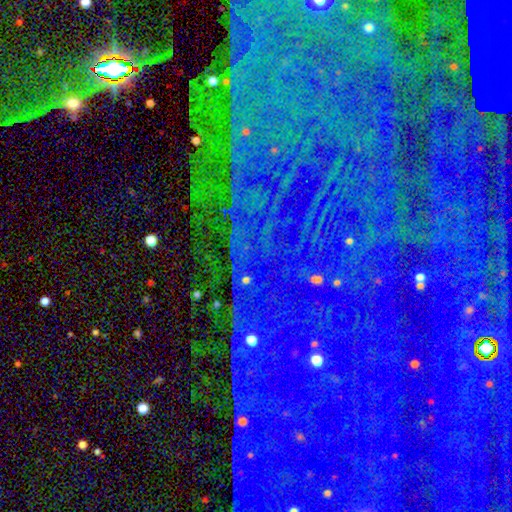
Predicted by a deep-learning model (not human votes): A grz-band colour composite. It shows a star or artifact, not a galaxy (85%).